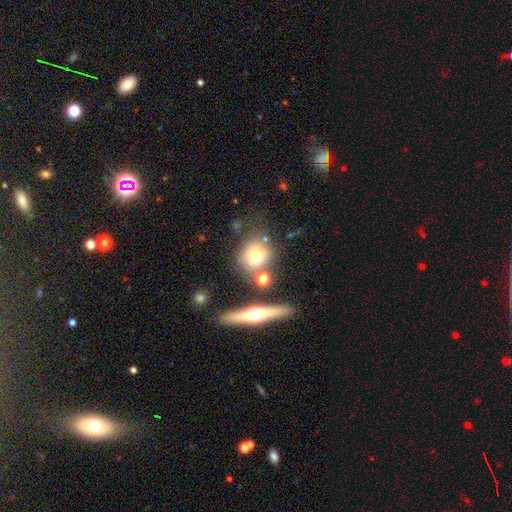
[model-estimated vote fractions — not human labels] Overall: smooth (66%). How rounded: round (80%). Merging: none (63%).